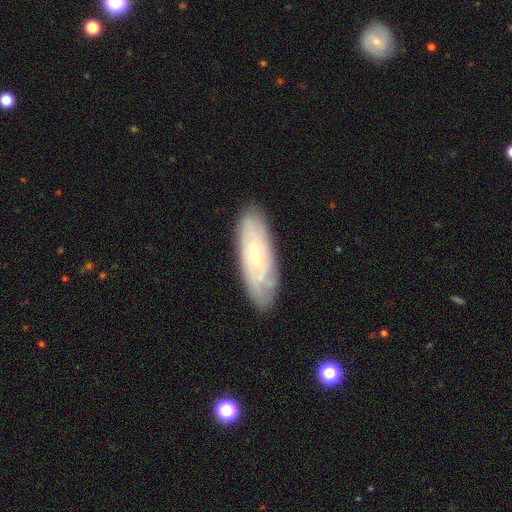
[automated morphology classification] Smooth or featured?
  - featured or disk: 60% *
  - smooth: 33%
  - star or artifact: 6%
Edge-on disk?
  - no: 82% *
  - yes: 18%
Merging?
  - none: 82% *
  - minor disturbance: 14%
  - major disturbance: 3%
  - merger: 1%